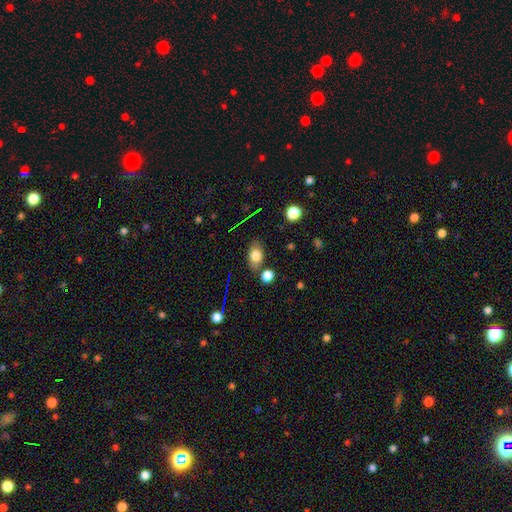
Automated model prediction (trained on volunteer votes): Smooth or featured: smooth — 77% (featured or disk — 13%)
How rounded: in between — 83% (round — 14%)
Merging: none — 76% (minor disturbance — 13%)